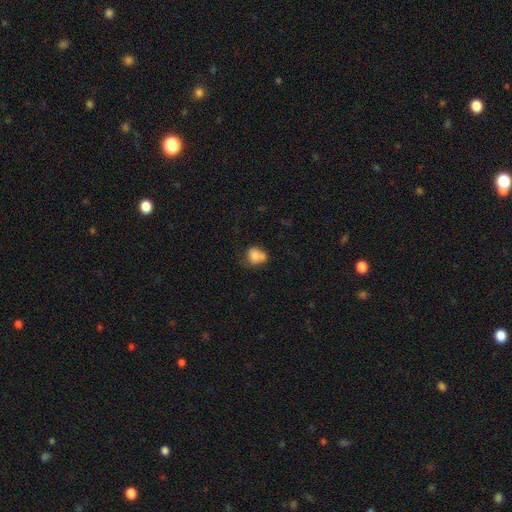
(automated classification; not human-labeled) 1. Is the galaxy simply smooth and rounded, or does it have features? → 77% smooth, 13% featured or disk, 10% star or artifact.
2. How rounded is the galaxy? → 61% round, 38% in between, 1% cigar-shaped.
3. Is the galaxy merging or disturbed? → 38% none, 31% merger, 22% minor disturbance, 9% major disturbance.